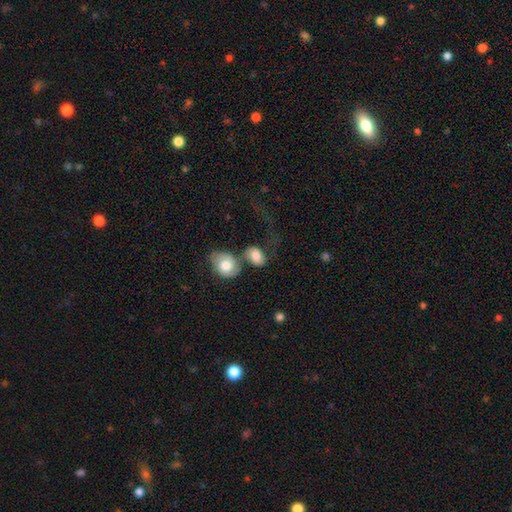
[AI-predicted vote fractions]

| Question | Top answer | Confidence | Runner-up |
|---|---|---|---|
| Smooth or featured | smooth | 74% | featured or disk (19%) |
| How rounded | in between | 76% | round (22%) |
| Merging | merger | 49% | none (22%) |